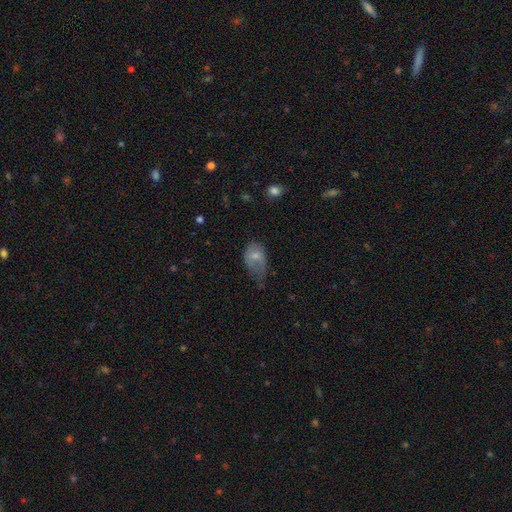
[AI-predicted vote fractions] Overall: smooth (55%; featured or disk 33%). How rounded: in between (83%). Merging: minor disturbance (38%; major disturbance 31%).